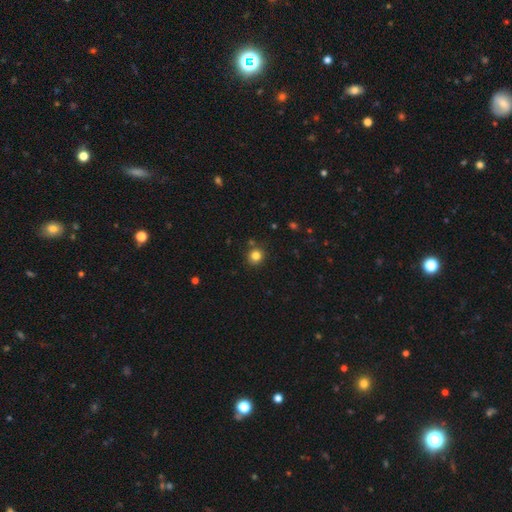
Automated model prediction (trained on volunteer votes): This appears to be a smooth galaxy with no disk features (82%) that is round (87%). Merging: none (84%).